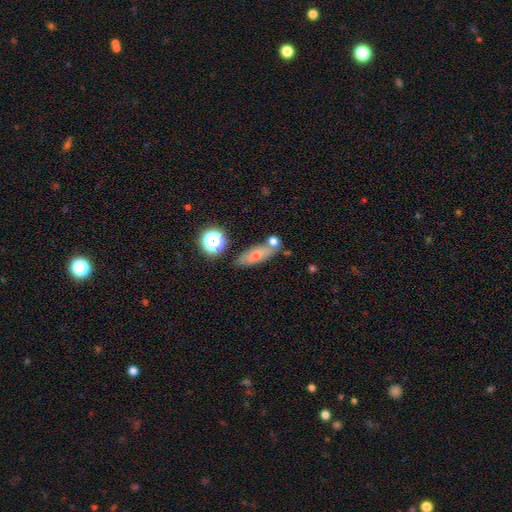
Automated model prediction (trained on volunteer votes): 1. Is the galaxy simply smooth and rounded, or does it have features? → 51% smooth, 33% featured or disk, 15% star or artifact.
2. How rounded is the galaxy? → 51% in between, 39% cigar-shaped, 10% round.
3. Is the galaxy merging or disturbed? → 70% none, 13% minor disturbance, 13% merger, 4% major disturbance.